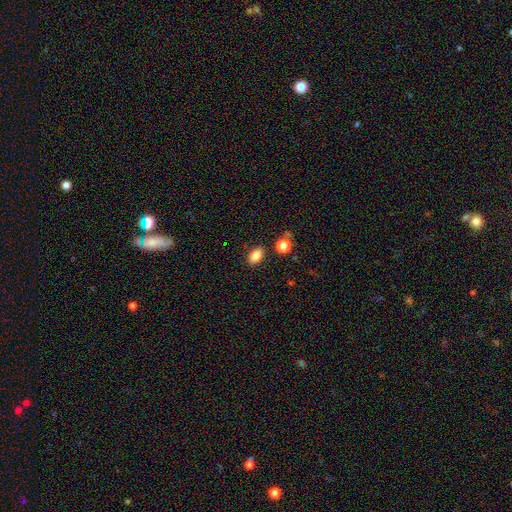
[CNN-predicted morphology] This is clearly a smooth galaxy (86%). How rounded: clearly in between (83%). Merging: clearly none (83%).